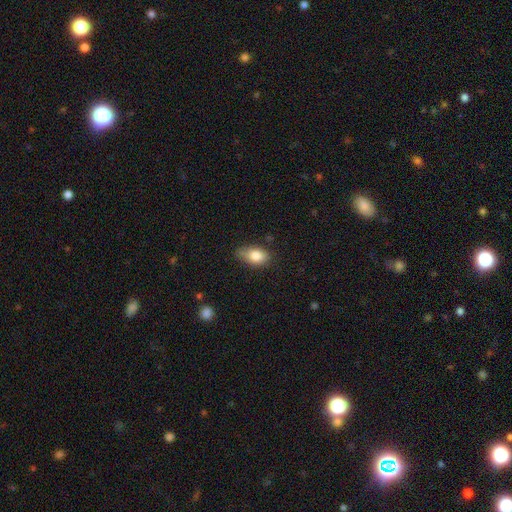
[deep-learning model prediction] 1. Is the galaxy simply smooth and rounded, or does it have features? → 83% smooth, 10% featured or disk, 8% star or artifact.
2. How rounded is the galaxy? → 88% in between, 10% round, 3% cigar-shaped.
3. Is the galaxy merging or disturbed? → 64% none, 29% minor disturbance, 5% major disturbance, 2% merger.